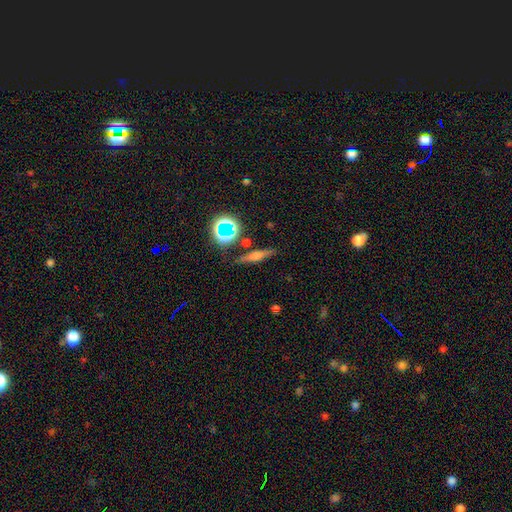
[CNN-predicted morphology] Overall: featured or disk (42%; smooth 41%). Merging: none (81%).